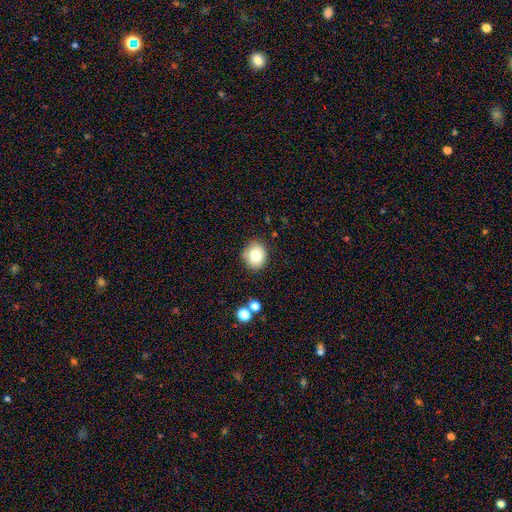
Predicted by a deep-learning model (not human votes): Smooth or featured: smooth — 78% (featured or disk — 12%)
How rounded: round — 69% (in between — 30%)
Merging: none — 82% (minor disturbance — 12%)